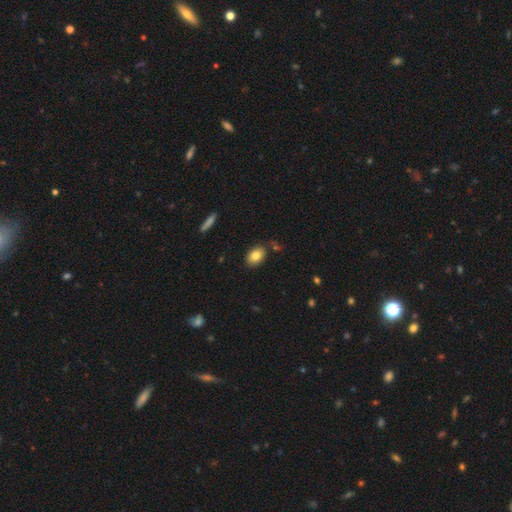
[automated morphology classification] This is clearly a smooth galaxy (81%). How rounded: clearly in between (84%). Merging: clearly none (80%).